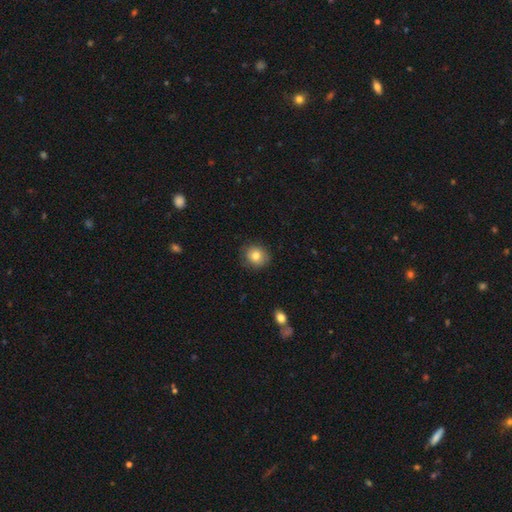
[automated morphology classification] A smooth galaxy with no disk features (80%) that is round (79%).

Vote fractions:
- Smooth or featured? smooth: 80% / featured or disk: 11% / star or artifact: 9%
- How rounded? round: 79% / in between: 20% / cigar-shaped: 1%
- Merging? none: 82% / minor disturbance: 14% / major disturbance: 3% / merger: 1%